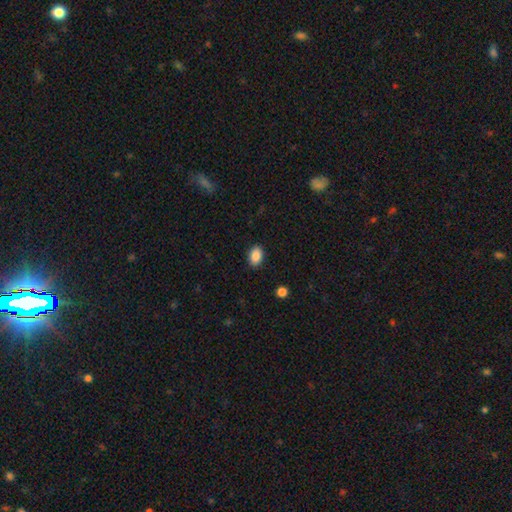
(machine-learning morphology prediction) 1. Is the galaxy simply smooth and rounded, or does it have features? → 88% smooth, 8% star or artifact, 4% featured or disk.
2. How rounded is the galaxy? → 81% in between, 18% round, 1% cigar-shaped.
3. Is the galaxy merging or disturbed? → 89% none, 8% minor disturbance, 2% major disturbance, 1% merger.